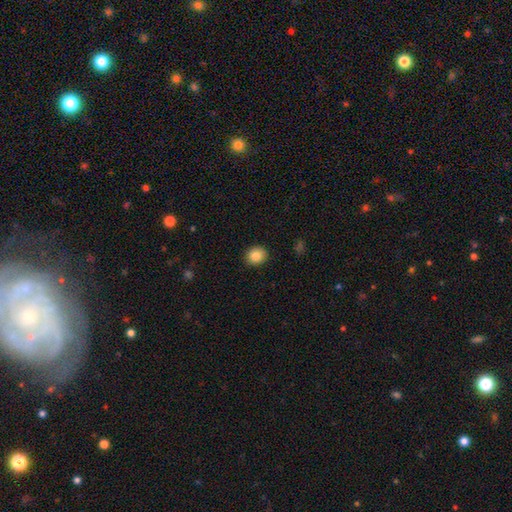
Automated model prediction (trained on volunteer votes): smooth-or-featured: smooth: 86% | star or artifact: 9% | featured or disk: 6%
  how-rounded: round: 71% | in between: 28% | cigar-shaped: 1%
  merging: none: 90% | minor disturbance: 7% | major disturbance: 2% | merger: 1%